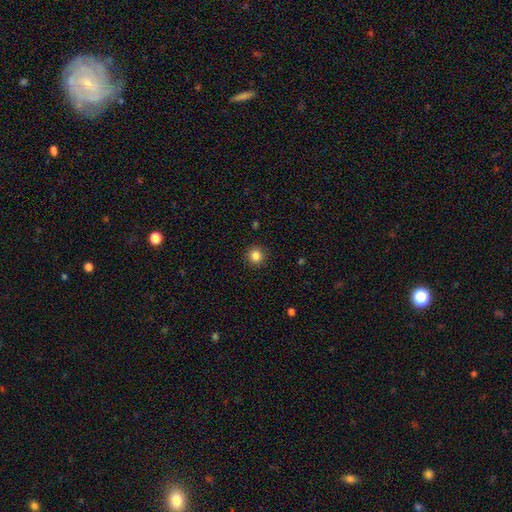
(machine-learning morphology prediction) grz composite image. It shows a smooth galaxy with no disk features (85%) that is round (95%). Merging: none (92%).